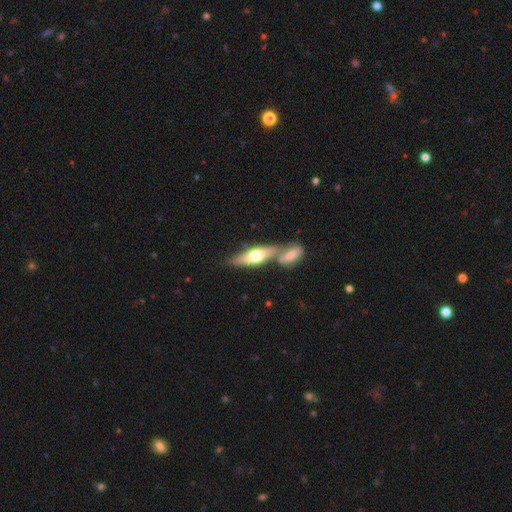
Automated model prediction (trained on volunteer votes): Overall: smooth (55%; featured or disk 40%). How rounded: cigar-shaped (51%; in between 47%). Merging: merger (49%; none 39%).